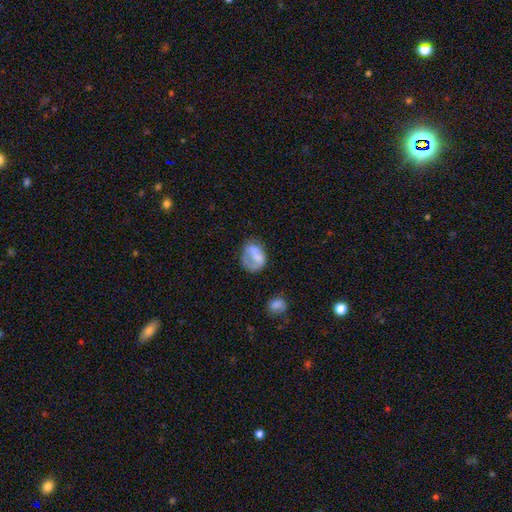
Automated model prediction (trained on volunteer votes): smooth_or_featured: smooth (p=0.61) [alt: featured or disk p=0.29]
how_rounded: in between (p=0.50) [alt: round p=0.49]
merging: none (p=0.39) [alt: minor disturbance p=0.28]